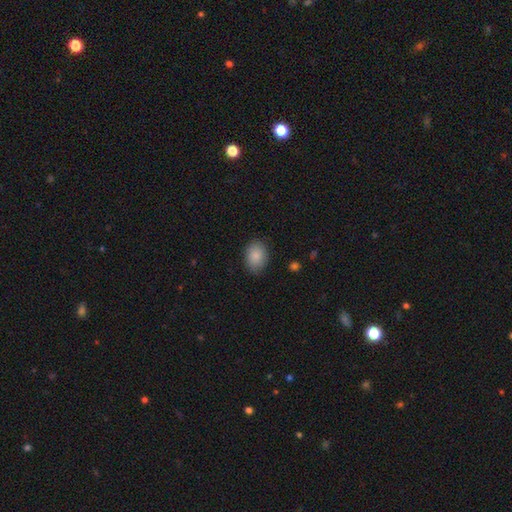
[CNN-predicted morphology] type=smooth (87%); roundness=in between (74%); merging=none (83%).